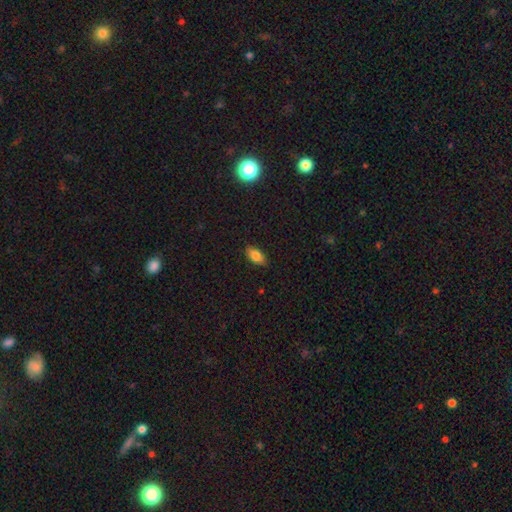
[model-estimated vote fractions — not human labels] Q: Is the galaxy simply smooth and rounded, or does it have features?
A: smooth — 83%.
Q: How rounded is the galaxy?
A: in between — 91%.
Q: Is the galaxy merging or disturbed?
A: none — 87%.